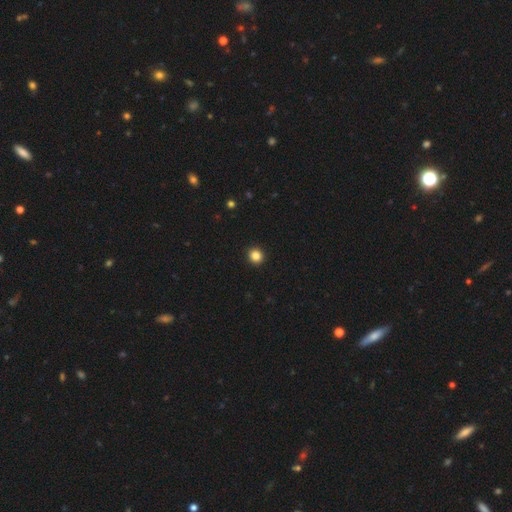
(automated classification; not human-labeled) Overall: smooth (85%). How rounded: round (90%). Merging: none (93%).